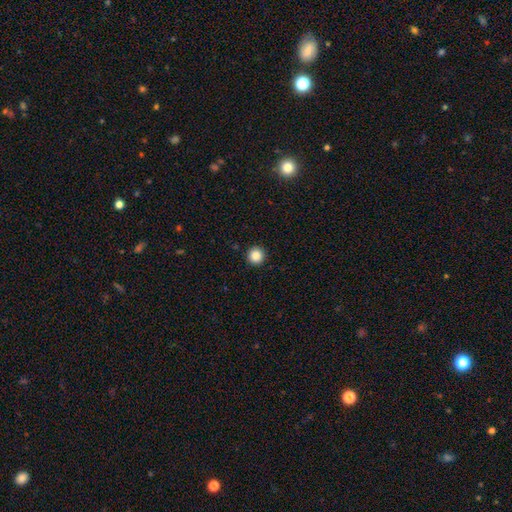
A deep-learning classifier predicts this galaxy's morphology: smooth 86%, star or artifact 10%, featured or disk 3%. Down the decision tree: how rounded — round (96%); merging — none (93%).